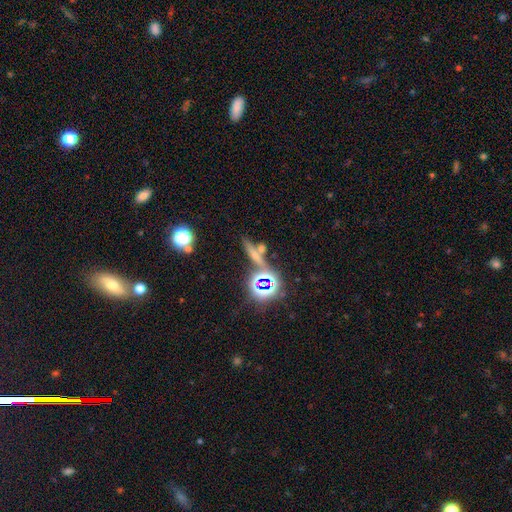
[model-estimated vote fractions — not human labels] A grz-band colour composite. It shows a smooth galaxy with no disk features (42%). Merging: none (62%).